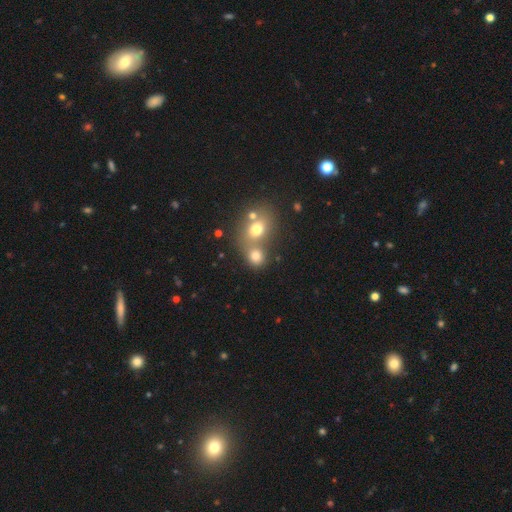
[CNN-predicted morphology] Q: Smooth or featured?
A: smooth (75%); runner-up: star or artifact (13%)
Q: How rounded?
A: round (70%); runner-up: in between (29%)
Q: Merging?
A: merger (47%); runner-up: none (41%)